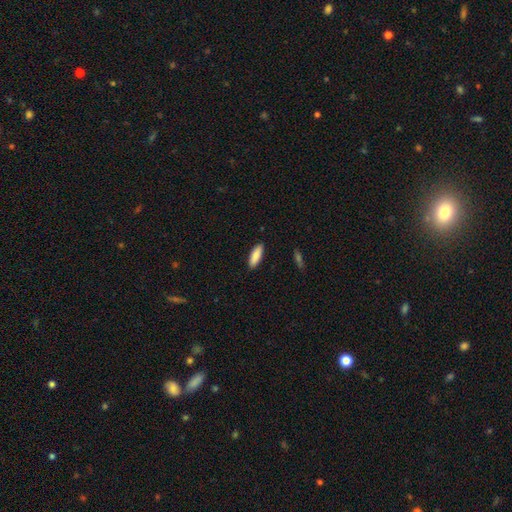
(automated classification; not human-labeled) Smooth or featured: smooth — 88% (featured or disk — 7%)
How rounded: in between — 63% (cigar-shaped — 35%)
Merging: none — 89% (minor disturbance — 8%)